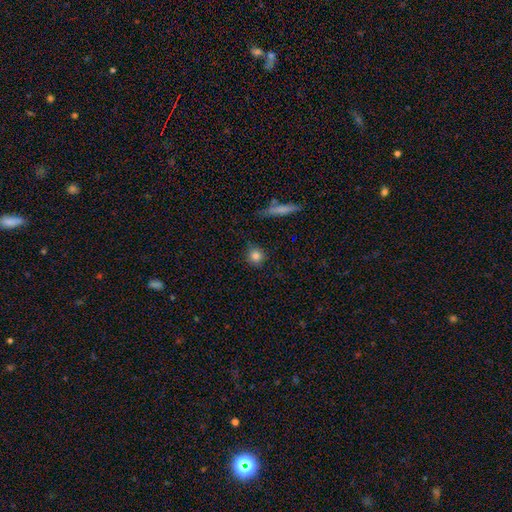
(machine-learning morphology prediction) type=smooth (84%); roundness=round (86%); merging=none (85%).